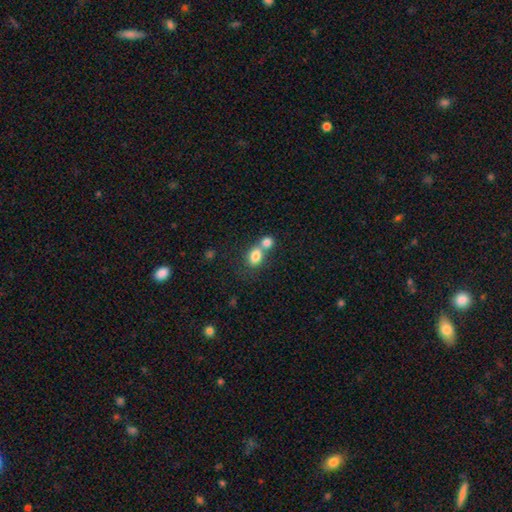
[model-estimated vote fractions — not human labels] smooth_or_featured: smooth (p=0.80) [alt: featured or disk p=0.10]
how_rounded: in between (p=0.61) [alt: round p=0.37]
merging: merger (p=0.59) [alt: none p=0.30]